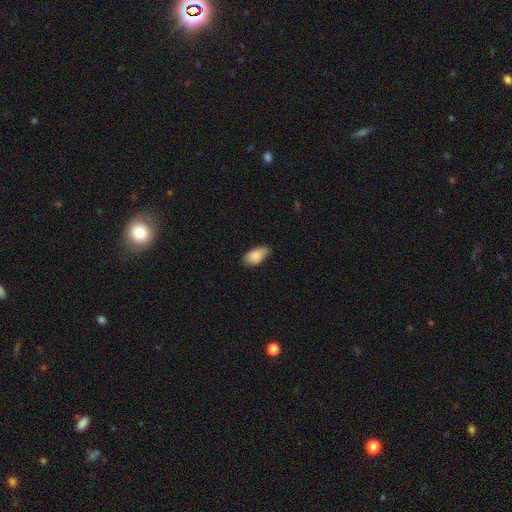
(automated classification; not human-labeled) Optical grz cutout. It shows a smooth galaxy with no disk features (88%) that is in between round and cigar-shaped (93%). Merging: none (73%).